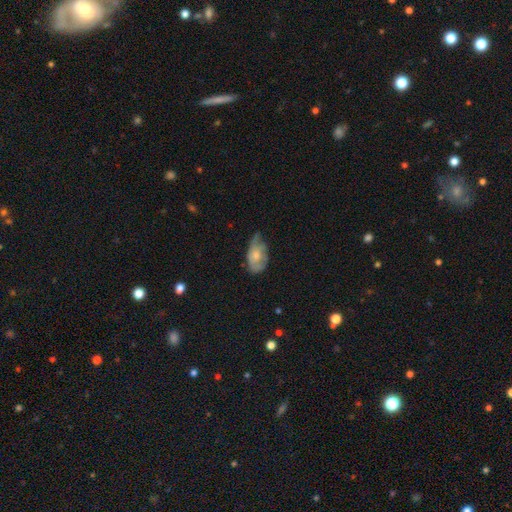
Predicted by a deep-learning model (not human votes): Smooth or featured? Predicted: smooth (p=0.56). How rounded? Predicted: in between (p=0.91). Merging? Predicted: minor disturbance (p=0.44).